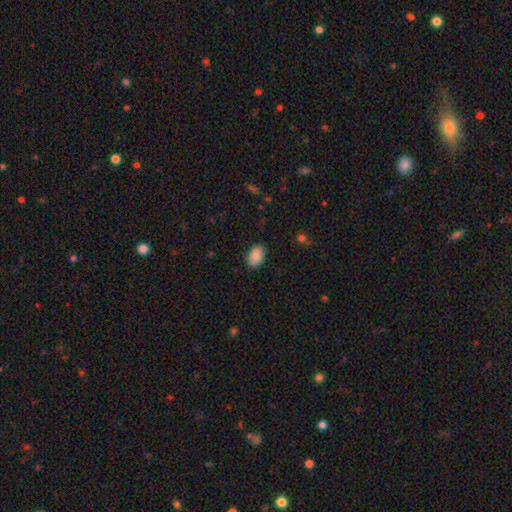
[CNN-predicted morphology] This appears to be a smooth galaxy with no disk features (85%) that is in between round and cigar-shaped (85%). Merging: none (81%).